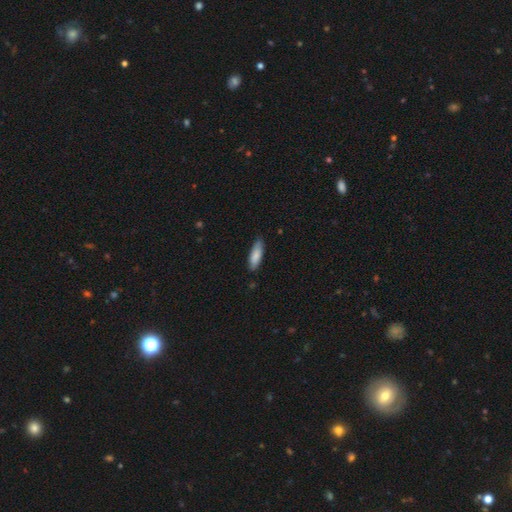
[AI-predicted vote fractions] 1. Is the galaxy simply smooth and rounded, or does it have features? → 84% smooth, 10% featured or disk, 6% star or artifact.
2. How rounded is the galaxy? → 50% in between, 48% cigar-shaped, 2% round.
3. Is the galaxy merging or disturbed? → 82% none, 15% minor disturbance, 2% major disturbance, 1% merger.